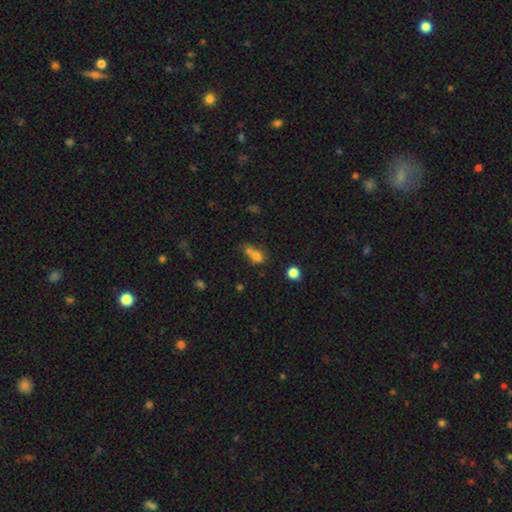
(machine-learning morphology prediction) Q: Smooth or featured?
A: smooth (70%); runner-up: star or artifact (16%)
Q: How rounded?
A: round (51%); runner-up: in between (47%)
Q: Merging?
A: merger (56%); runner-up: none (28%)